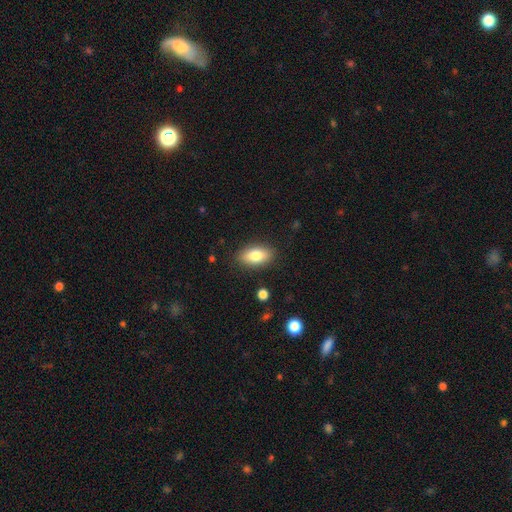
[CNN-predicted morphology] Overall: smooth (80%). How rounded: in between (89%). Merging: none (87%).